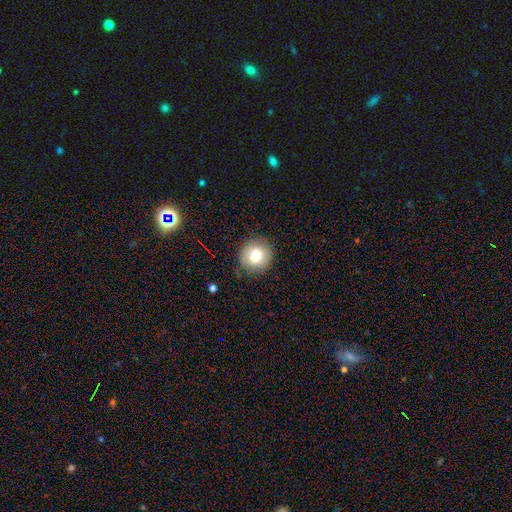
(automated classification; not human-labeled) A smooth galaxy with no disk features (77%) that is round (91%). Merging: none (87%).